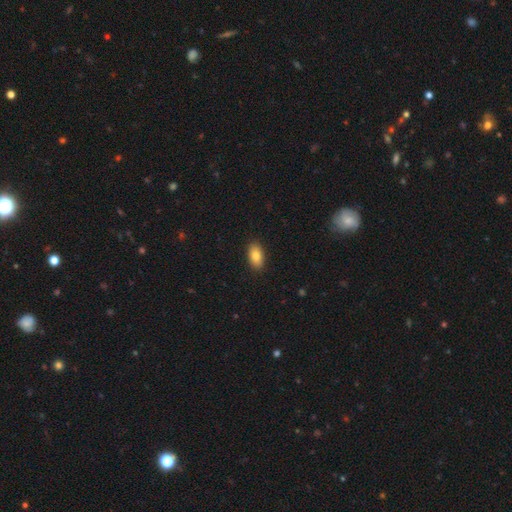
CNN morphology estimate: The model was most divided on "smooth or featured": smooth: 84%, featured or disk: 9%, star or artifact: 7%. More confident: how rounded — in between (92%); merging — none (89%).